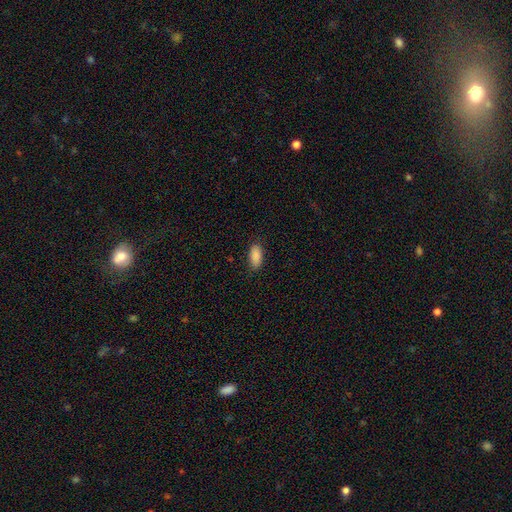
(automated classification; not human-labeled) Smooth or featured? Predicted: smooth (p=0.89). How rounded? Predicted: in between (p=0.88). Merging? Predicted: none (p=0.86).